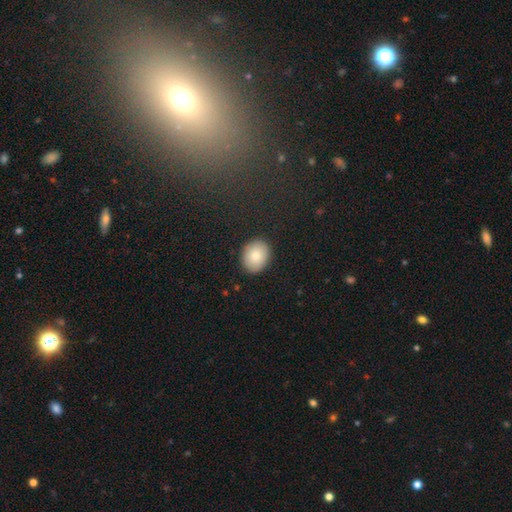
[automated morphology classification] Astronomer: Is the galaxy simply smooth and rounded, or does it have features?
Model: smooth — 84%.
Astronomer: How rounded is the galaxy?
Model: round — 54% (runner-up: in between, 45%).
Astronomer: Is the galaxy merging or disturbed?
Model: none — 89%.